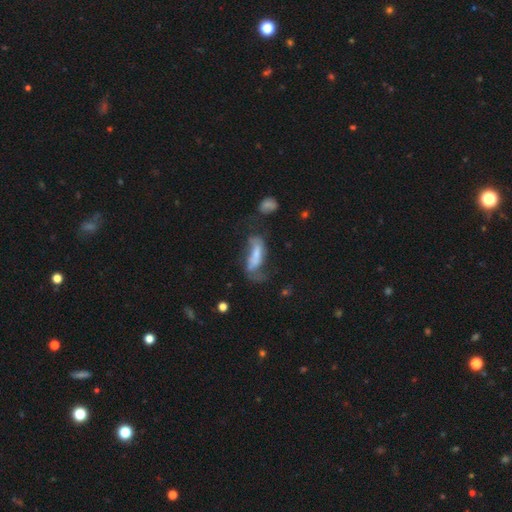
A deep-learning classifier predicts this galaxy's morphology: Q: Smooth or featured?
A: smooth (47%); runner-up: featured or disk (43%)
Q: Merging?
A: major disturbance (39%); runner-up: none (28%)